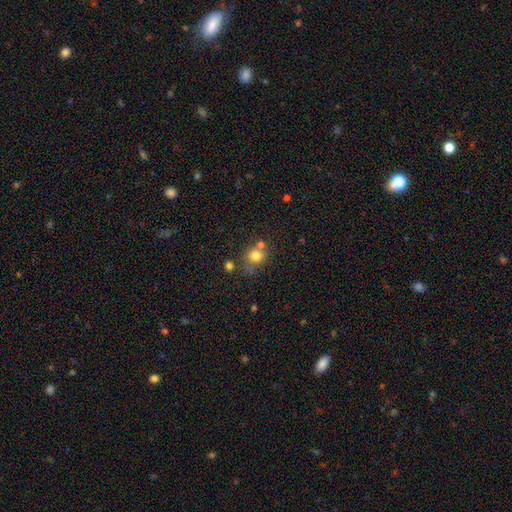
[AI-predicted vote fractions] smooth_or_featured: smooth (p=0.77) [alt: star or artifact p=0.13]
how_rounded: round (p=0.76) [alt: in between p=0.23]
merging: none (p=0.53) [alt: merger p=0.24]